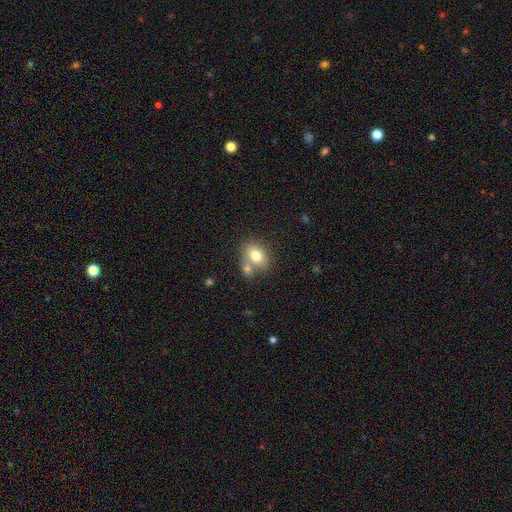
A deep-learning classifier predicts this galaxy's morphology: smooth_or_featured: smooth (p=0.76) [alt: featured or disk p=0.14]
how_rounded: in between (p=0.60) [alt: round p=0.39]
merging: none (p=0.46) [alt: merger p=0.38]